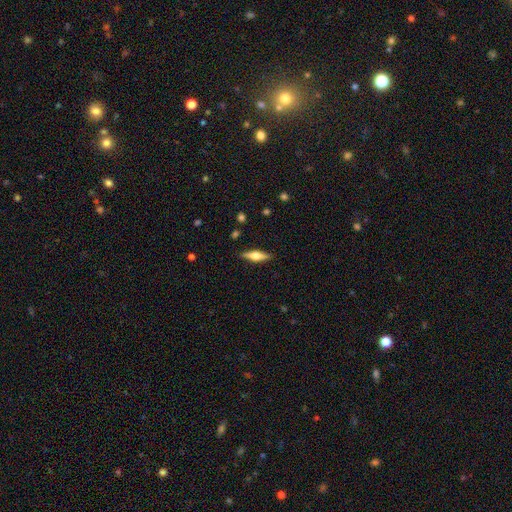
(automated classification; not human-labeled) Q: Smooth or featured?
A: featured or disk (55%); runner-up: smooth (39%)
Q: Edge-on disk?
A: yes (95%); runner-up: no (5%)
Q: Edge-on bulge?
A: rounded (91%); runner-up: boxy (7%)
Q: Merging?
A: none (88%); runner-up: minor disturbance (9%)